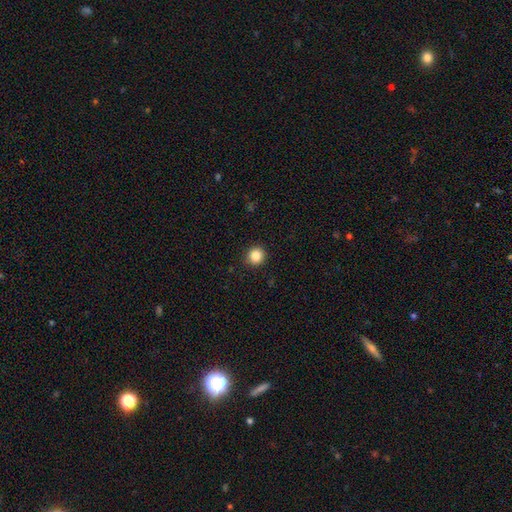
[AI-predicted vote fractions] Overall: smooth (85%). How rounded: round (92%). Merging: none (92%).